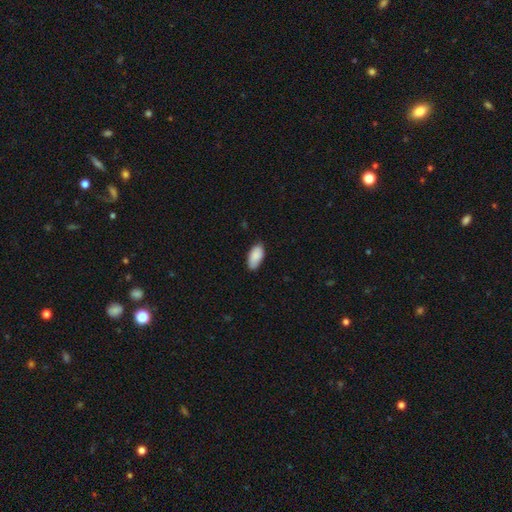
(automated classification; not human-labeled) smooth 88%, featured or disk 6%, star or artifact 6%. Down the decision tree: how rounded — in between (94%); merging — none (81%).